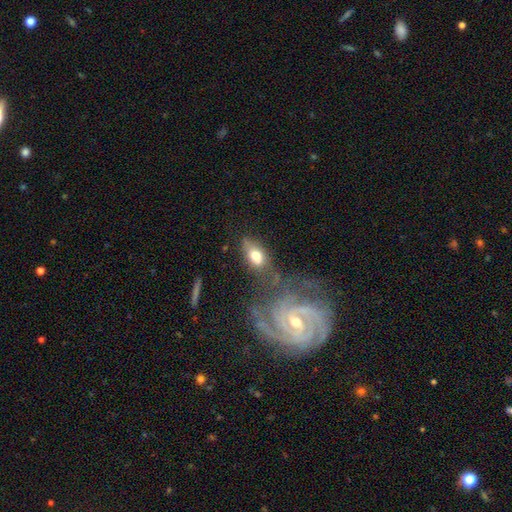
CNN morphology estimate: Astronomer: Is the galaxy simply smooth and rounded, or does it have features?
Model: smooth — 65%.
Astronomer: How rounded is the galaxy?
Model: in between — 85%.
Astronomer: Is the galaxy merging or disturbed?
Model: none — 53%.